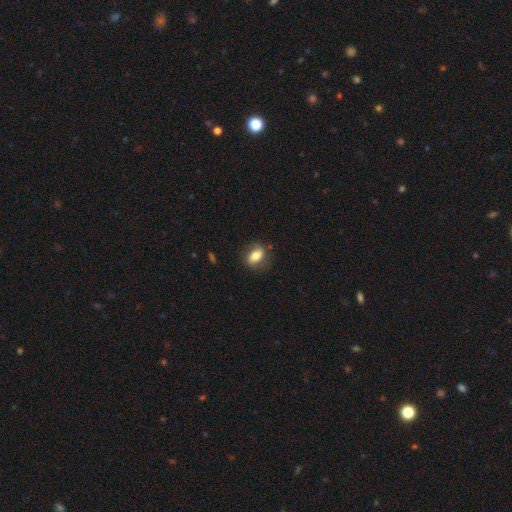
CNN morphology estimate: A smooth galaxy with no disk features (72%) that is in between round and cigar-shaped (79%). Merging: none (74%).